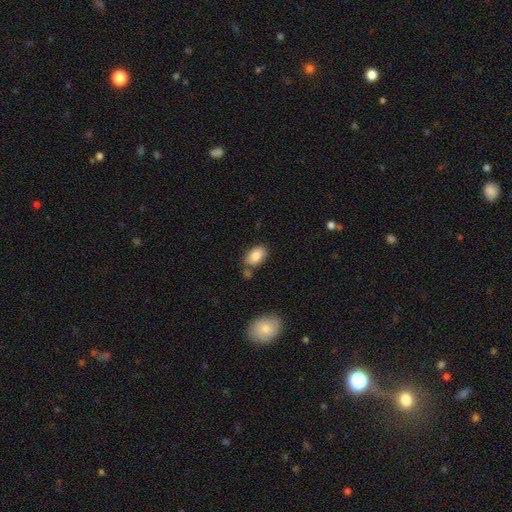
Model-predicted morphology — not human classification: A smooth galaxy with no disk features (86%) that is in between round and cigar-shaped (91%). Merging: none (70%).